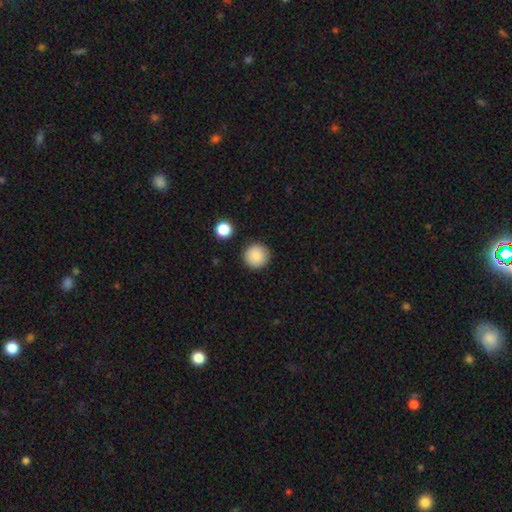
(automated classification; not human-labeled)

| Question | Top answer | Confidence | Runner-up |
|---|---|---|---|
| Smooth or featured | smooth | 87% | star or artifact (8%) |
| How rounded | round | 96% | in between (3%) |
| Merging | none | 91% | minor disturbance (6%) |